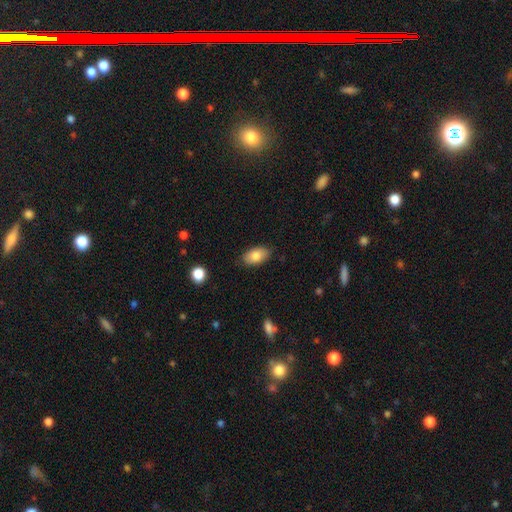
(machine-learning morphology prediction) type=smooth (82%); roundness=in between (93%); merging=none (84%).